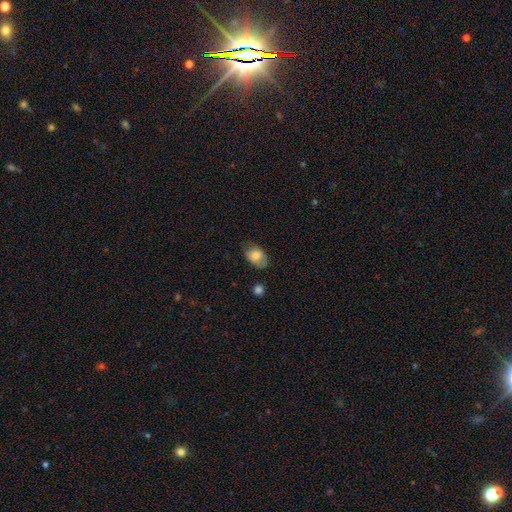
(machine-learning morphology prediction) Smooth or featured? Predicted: smooth (p=0.75). How rounded? Predicted: in between (p=0.83). Merging? Predicted: none (p=0.63).